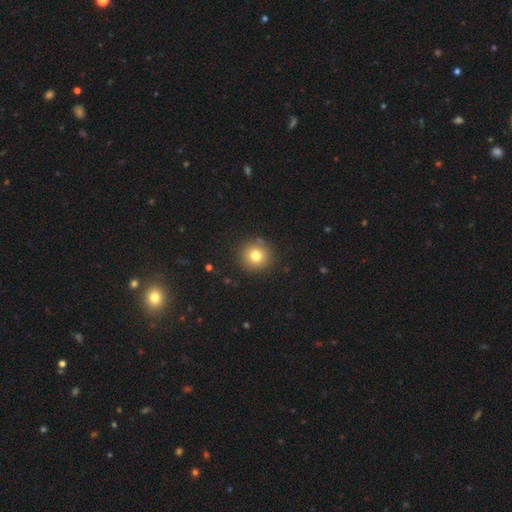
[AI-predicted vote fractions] Smooth or featured? Predicted: smooth (p=0.78). How rounded? Predicted: round (p=0.94). Merging? Predicted: none (p=0.89).